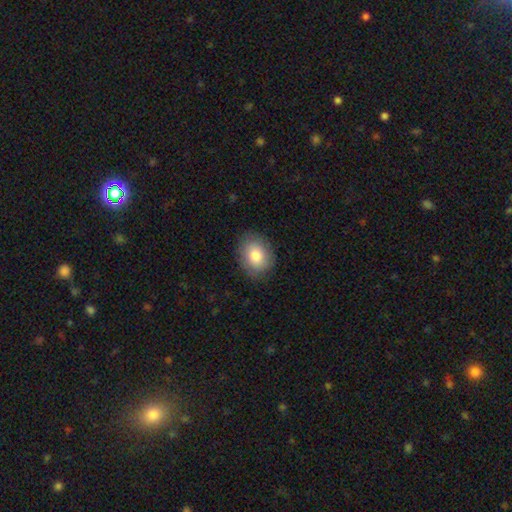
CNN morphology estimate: smooth 80%, featured or disk 12%, star or artifact 7%. Down the decision tree: how rounded — in between (55%); merging — none (83%).